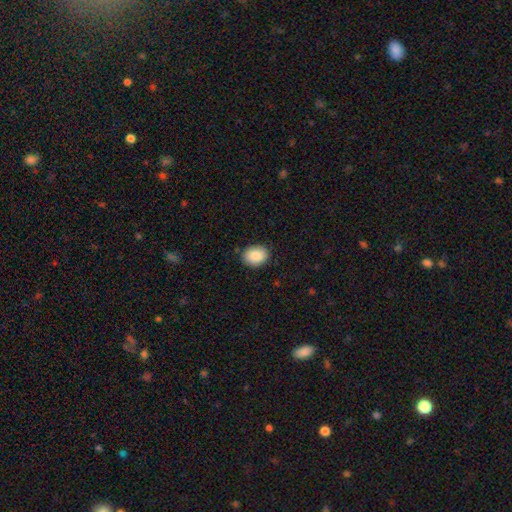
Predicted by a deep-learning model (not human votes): Smooth or featured: smooth — 89% (star or artifact — 7%)
How rounded: in between — 60% (round — 39%)
Merging: none — 86% (minor disturbance — 10%)